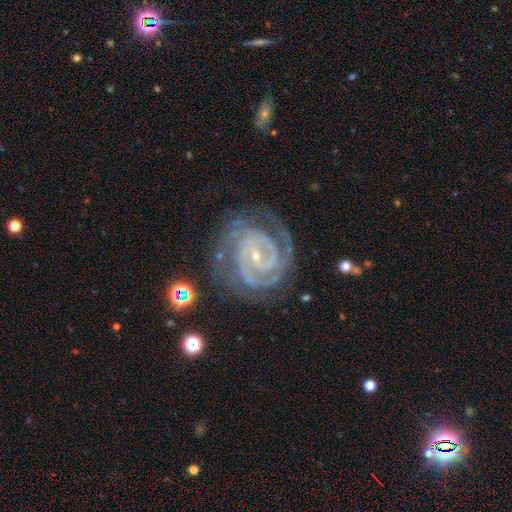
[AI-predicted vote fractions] Smooth or featured?
  - featured or disk: 91% *
  - star or artifact: 5%
  - smooth: 3%
Edge-on disk?
  - no: 98% *
  - yes: 2%
Bar?
  - weak: 38% * (tied)
  - no: 38% * (tied)
  - strong: 24%
Spiral arms?
  - yes: 98% *
  - no: 2%
Spiral winding?
  - tight: 77% *
  - medium: 20%
  - loose: 2%
Spiral arm count?
  - 2: 46% *
  - 3: 23%
  - can't tell: 12%
  - 4: 9%
  - more than 4: 5%
  - 1: 5%
Bulge size?
  - small: 84% *
  - moderate: 12%
  - none: 2%
  - large: 1%
  - dominant: 1%
Merging?
  - none: 74% *
  - minor disturbance: 17%
  - major disturbance: 7%
  - merger: 2%